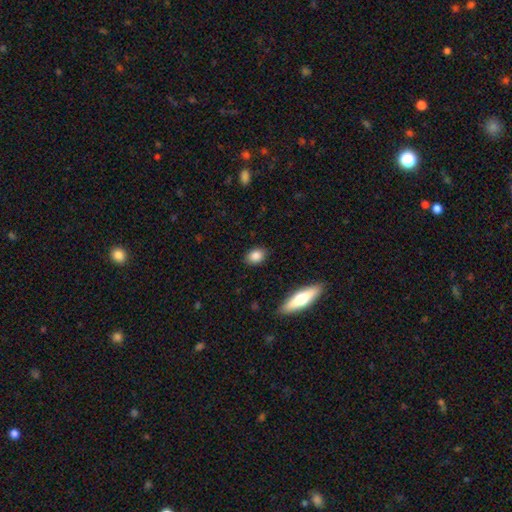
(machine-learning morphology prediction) smooth_or_featured: smooth (p=0.85) [alt: star or artifact p=0.08]
how_rounded: in between (p=0.64) [alt: round p=0.32]
merging: none (p=0.87) [alt: minor disturbance p=0.09]